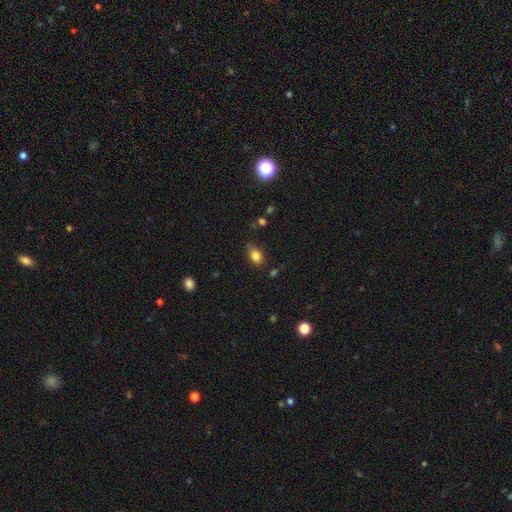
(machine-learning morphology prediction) Smooth or featured: smooth — 83% (star or artifact — 10%)
How rounded: in between — 75% (round — 23%)
Merging: none — 71% (minor disturbance — 22%)